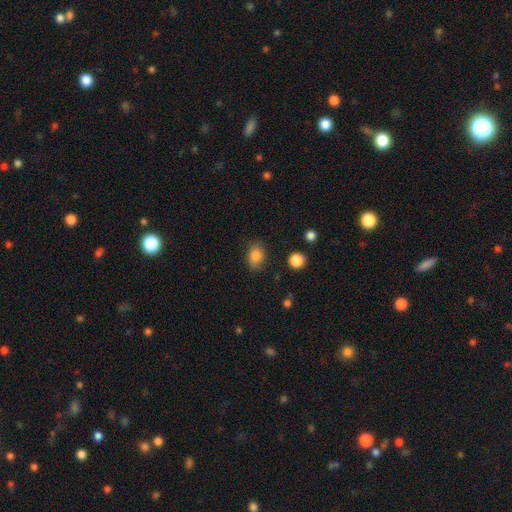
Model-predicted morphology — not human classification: smooth_or_featured: smooth (p=0.84) [alt: star or artifact p=0.10]
how_rounded: in between (p=0.70) [alt: round p=0.29]
merging: none (p=0.81) [alt: minor disturbance p=0.14]